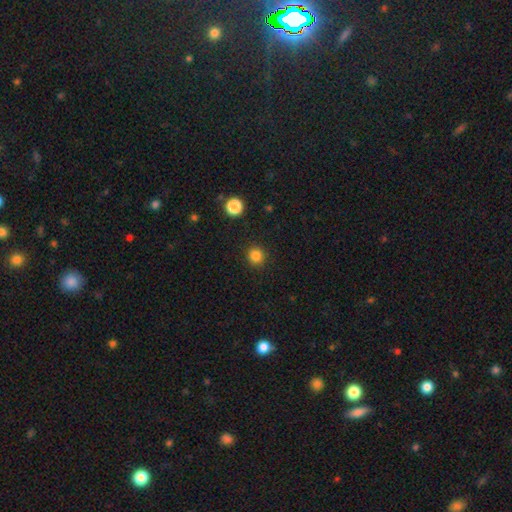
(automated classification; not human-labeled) A smooth galaxy with no disk features (84%) that is round (93%). Merging: none (91%).